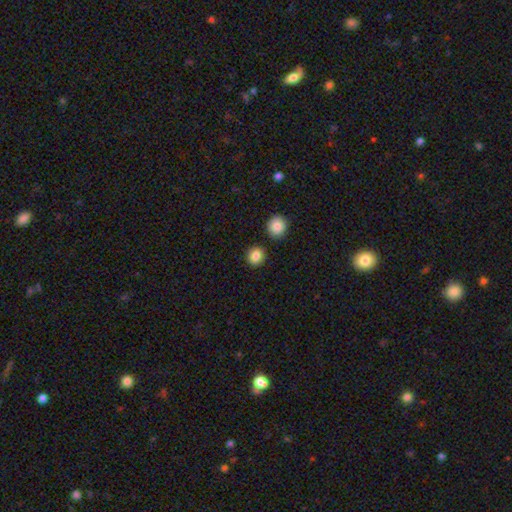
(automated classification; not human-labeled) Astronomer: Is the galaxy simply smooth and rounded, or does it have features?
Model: smooth — 85%.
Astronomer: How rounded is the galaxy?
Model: round — 83%.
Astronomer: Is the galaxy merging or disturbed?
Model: none — 87%.